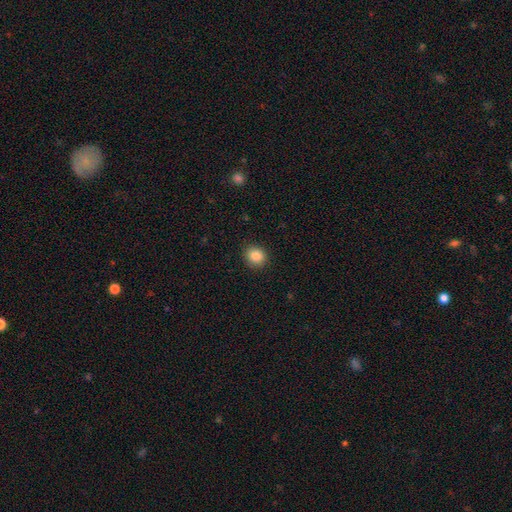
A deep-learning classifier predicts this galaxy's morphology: A smooth galaxy with no disk features (86%) that is round (79%).

Vote fractions:
- Smooth or featured? smooth: 86% / star or artifact: 10% / featured or disk: 5%
- How rounded? round: 79% / in between: 20% / cigar-shaped: 1%
- Merging? none: 91% / minor disturbance: 6% / major disturbance: 2% / merger: 1%